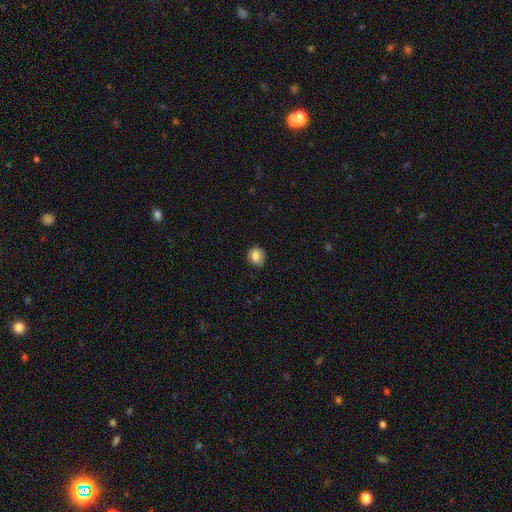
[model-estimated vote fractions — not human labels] This appears to be a smooth galaxy with no disk features (81%) that is round (67%). Merging: none (83%).